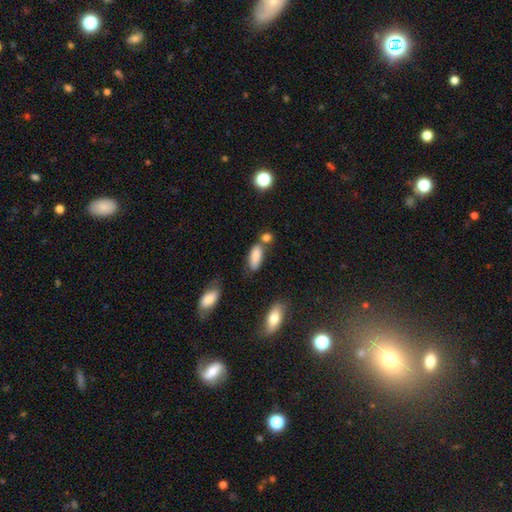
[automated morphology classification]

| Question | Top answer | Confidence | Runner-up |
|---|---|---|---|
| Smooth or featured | smooth | 84% | star or artifact (9%) |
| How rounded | in between | 76% | cigar-shaped (20%) |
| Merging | none | 53% | merger (23%) |